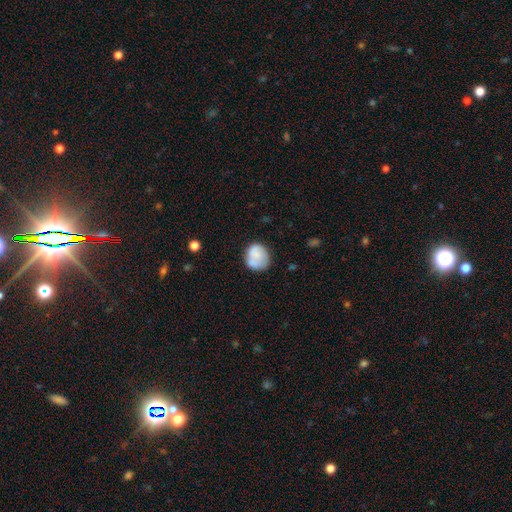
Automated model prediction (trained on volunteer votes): Morphology: type=smooth (76%); roundness=round (73%); merging=none (62%).